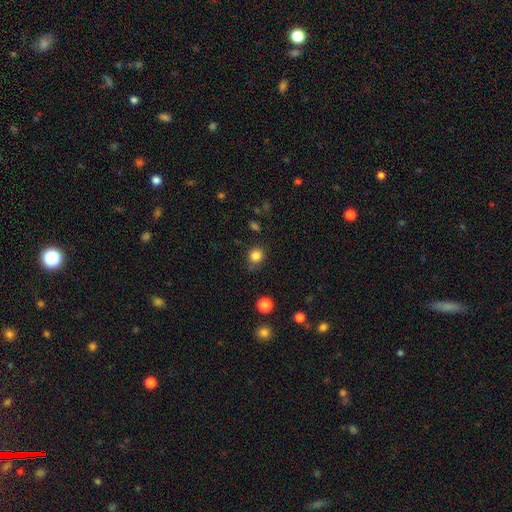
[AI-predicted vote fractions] Smooth or featured? Predicted: smooth (p=0.83). How rounded? Predicted: round (p=0.82). Merging? Predicted: none (p=0.77).